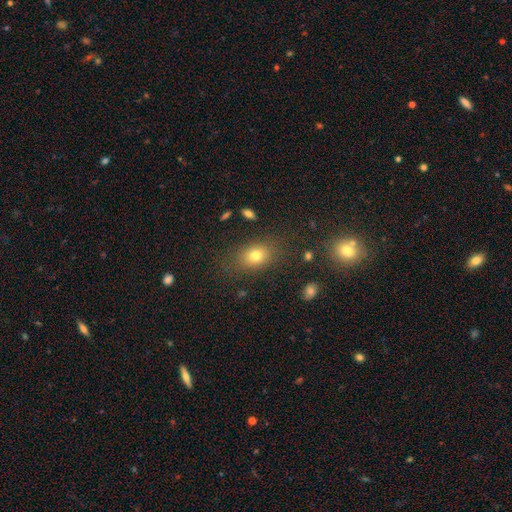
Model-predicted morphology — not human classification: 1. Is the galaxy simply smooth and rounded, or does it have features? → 76% smooth, 13% star or artifact, 11% featured or disk.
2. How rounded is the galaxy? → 70% in between, 28% round, 2% cigar-shaped.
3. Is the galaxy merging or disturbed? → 79% none, 13% minor disturbance, 6% major disturbance, 2% merger.